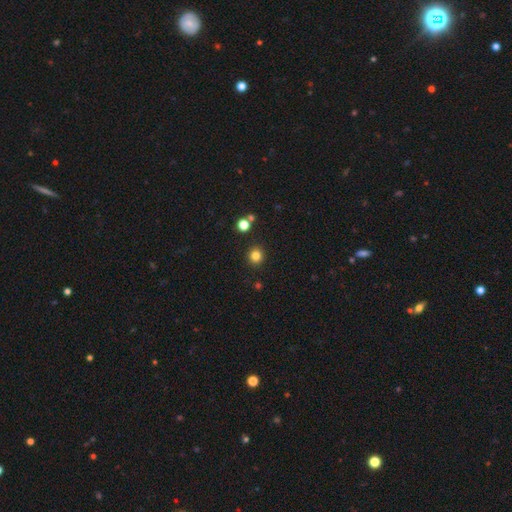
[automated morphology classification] This is clearly a smooth galaxy (82%). How rounded: clearly round (91%). Merging: clearly none (90%).